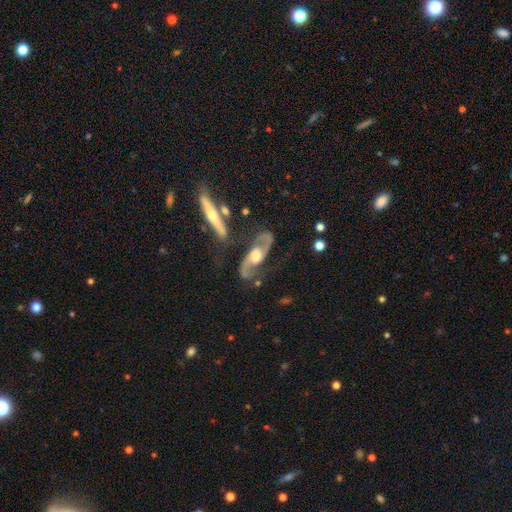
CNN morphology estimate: smooth-or-featured: featured or disk: 89% | smooth: 7% | star or artifact: 4%
  disk-edge-on: no: 88% | yes: 12%
    bar: no: 49% | weak: 34% | strong: 17%
    has-spiral-arms: yes: 95% | no: 5%
      spiral-winding: medium: 49% | loose: 38% | tight: 13%
      spiral-arm-count: 2: 93% | can't tell: 3% | 1: 2% | 3: 1% | 4: 1% | more than 4: 1%
    bulge-size: moderate: 60% | large: 26% | small: 11% | none: 2% | dominant: 2%
  merging: none: 65% | minor disturbance: 17% | major disturbance: 10% | merger: 8%